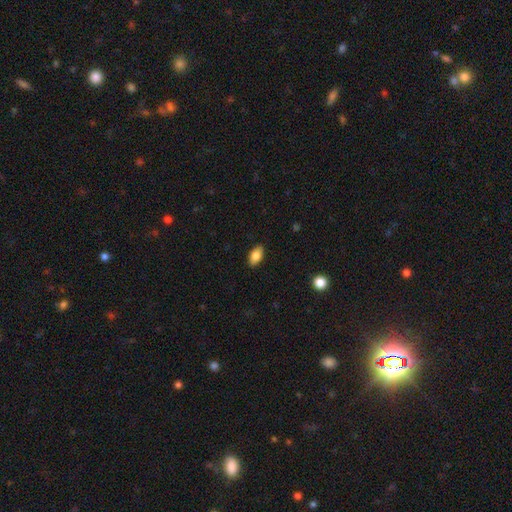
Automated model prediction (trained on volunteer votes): The model was most divided on "smooth or featured": smooth: 84%, featured or disk: 9%, star or artifact: 7%. More confident: how rounded — in between (92%); merging — none (88%).